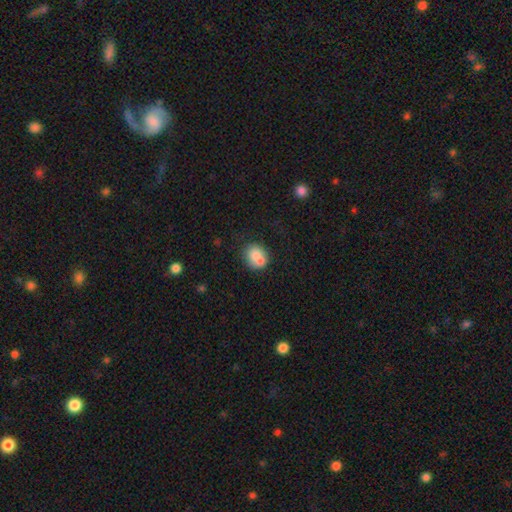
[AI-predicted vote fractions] Smooth or featured?
  - smooth: 72% *
  - featured or disk: 19%
  - star or artifact: 9%
How rounded?
  - round: 74% *
  - in between: 25%
  - cigar-shaped: 1%
Merging?
  - none: 44% *
  - merger: 42%
  - minor disturbance: 10%
  - major disturbance: 3%